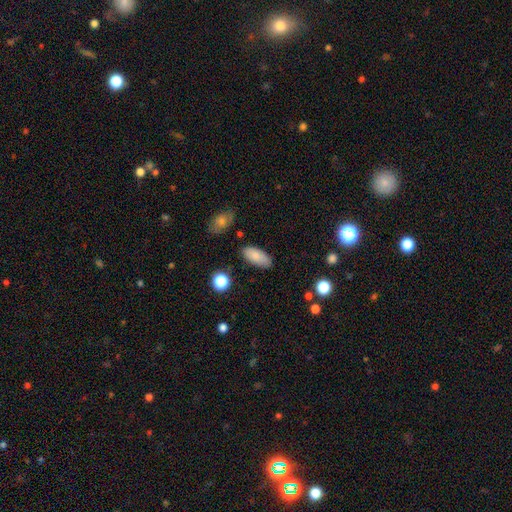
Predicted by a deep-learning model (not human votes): This is clearly a smooth galaxy (85%). How rounded: clearly in between (88%). Merging: clearly none (83%).